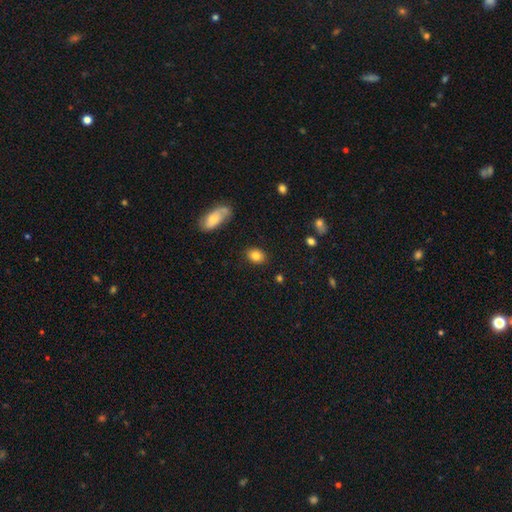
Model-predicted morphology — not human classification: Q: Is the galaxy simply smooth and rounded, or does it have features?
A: smooth — 83%.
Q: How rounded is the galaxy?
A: in between — 62%.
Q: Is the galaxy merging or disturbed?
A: none — 86%.